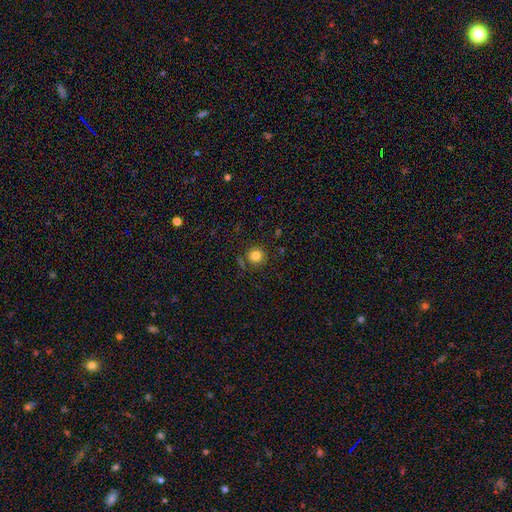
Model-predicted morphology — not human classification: This is clearly a smooth galaxy (81%). How rounded: clearly round (94%). Merging: clearly none (83%).